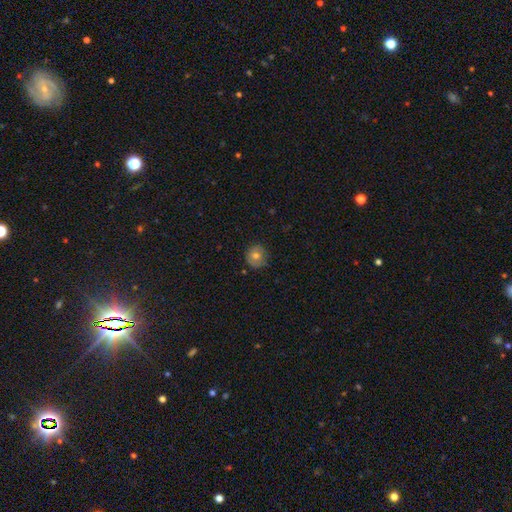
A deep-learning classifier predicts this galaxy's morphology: The model was most divided on "smooth or featured": smooth: 72%, featured or disk: 18%, star or artifact: 10%. More confident: how rounded — round (90%); merging — none (79%).